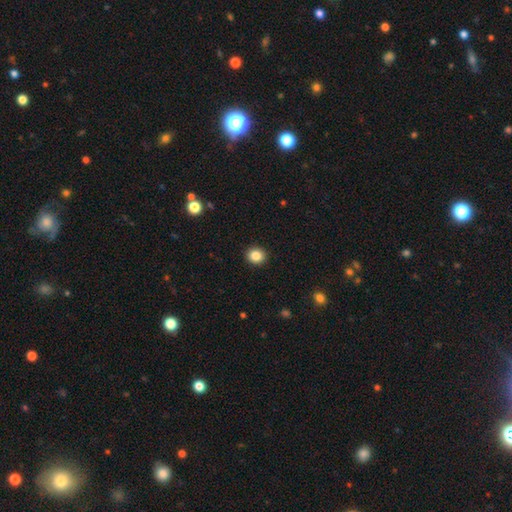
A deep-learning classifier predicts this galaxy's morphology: Smooth or featured?
  - smooth: 85% *
  - star or artifact: 10%
  - featured or disk: 5%
How rounded?
  - round: 82% *
  - in between: 17%
  - cigar-shaped: 1%
Merging?
  - none: 92% *
  - minor disturbance: 5%
  - major disturbance: 2%
  - merger: 1%